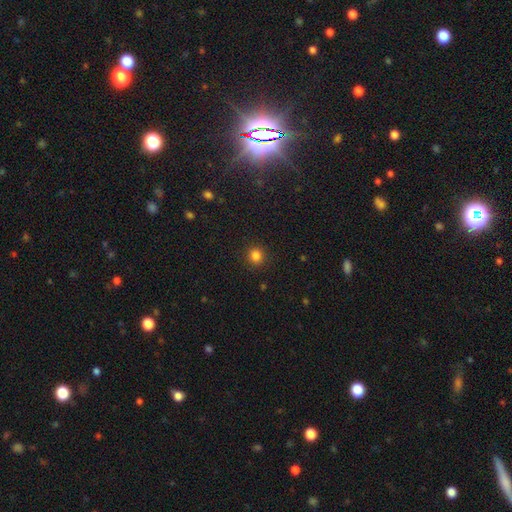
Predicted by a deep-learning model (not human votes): Smooth or featured? smooth (83%)
How rounded? round (89%)
Merging? none (91%)